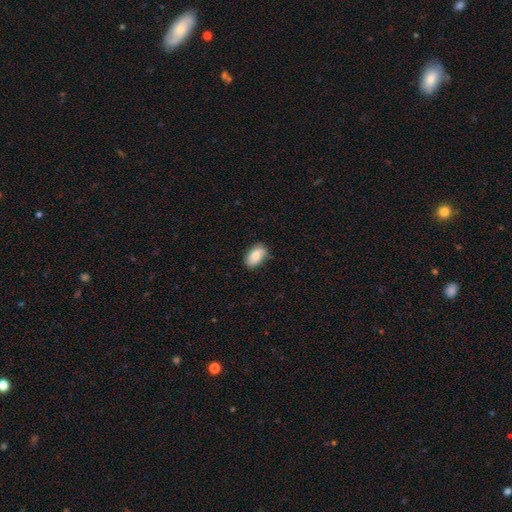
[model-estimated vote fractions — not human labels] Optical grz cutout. It shows a smooth galaxy with no disk features (76%) that is in between round and cigar-shaped (91%). Merging: none (74%).